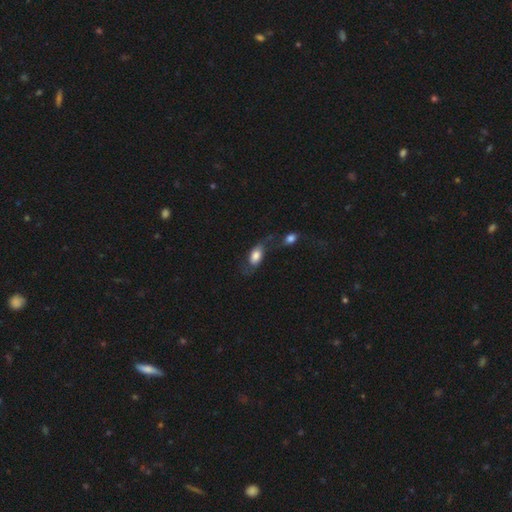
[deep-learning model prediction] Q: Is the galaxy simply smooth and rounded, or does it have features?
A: smooth — 71%.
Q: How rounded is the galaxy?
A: in between — 89%.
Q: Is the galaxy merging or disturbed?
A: none — 33%.